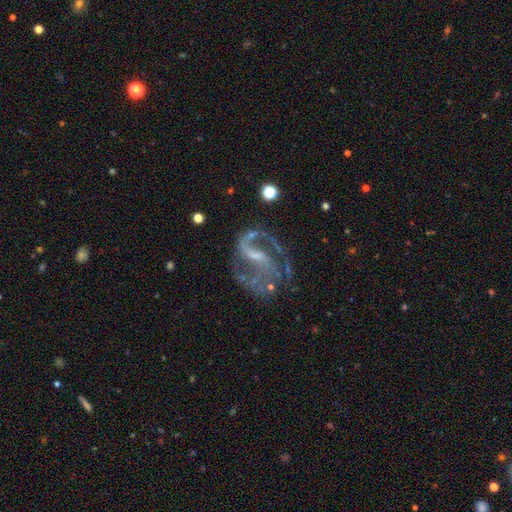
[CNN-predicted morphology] A featured or disk galaxy (87%) with a weak bar (47%), 2 (74%) medium (51%) spiral arms (92%) and a small central bulge (47%).

Vote fractions:
- Smooth or featured? featured or disk: 87% / star or artifact: 8% / smooth: 6%
- Edge-on disk? no: 97% / yes: 3%
- Bar? weak: 47% / strong: 34% / no: 19%
- Spiral arms? yes: 92% / no: 8%
- Spiral winding? medium: 51% / loose: 32% / tight: 16%
- Spiral arm count? 2: 74% / 1: 9% / can't tell: 8% / 3: 5% / 4: 2% / more than 4: 2%
- Bulge size? small: 47% / none: 29% / moderate: 21% / large: 2% / dominant: 1%
- Merging? none: 54% / major disturbance: 23% / minor disturbance: 18% / merger: 5%